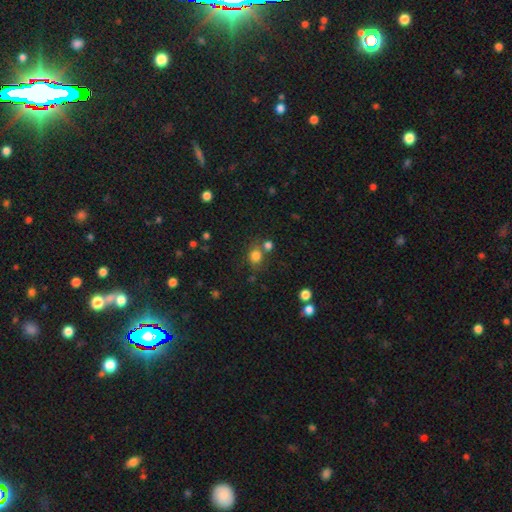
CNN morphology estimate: Overall: smooth (78%). How rounded: round (77%). Merging: none (63%).